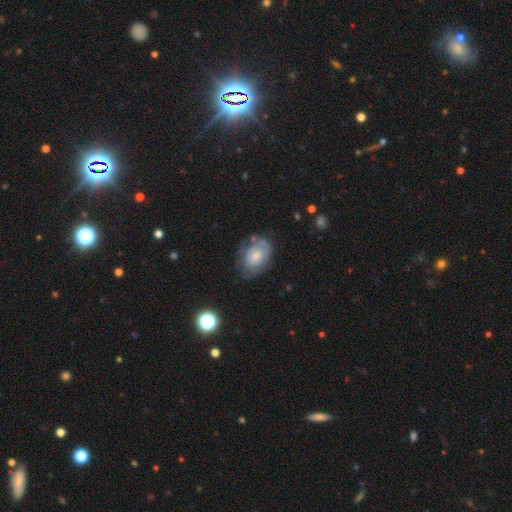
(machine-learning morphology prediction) Smooth or featured: smooth — 59% (featured or disk — 33%)
How rounded: in between — 80% (round — 18%)
Merging: none — 58% (minor disturbance — 27%)